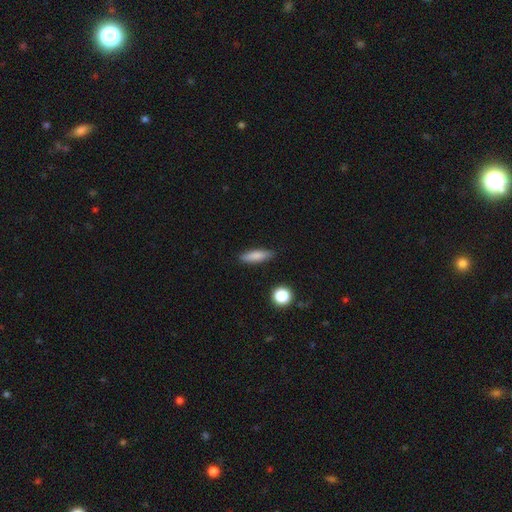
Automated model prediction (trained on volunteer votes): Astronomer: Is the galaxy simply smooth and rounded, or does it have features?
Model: smooth — 80%.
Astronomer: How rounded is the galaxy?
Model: cigar-shaped — 60% (runner-up: in between, 36%).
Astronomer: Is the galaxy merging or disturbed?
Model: none — 86%.